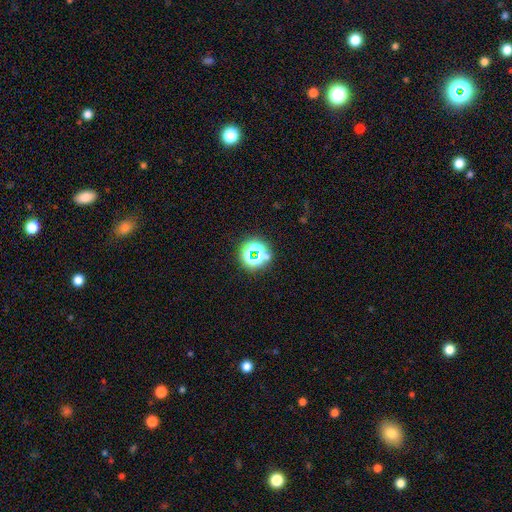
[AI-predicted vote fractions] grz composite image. It shows a star or artifact, not a galaxy (62%).